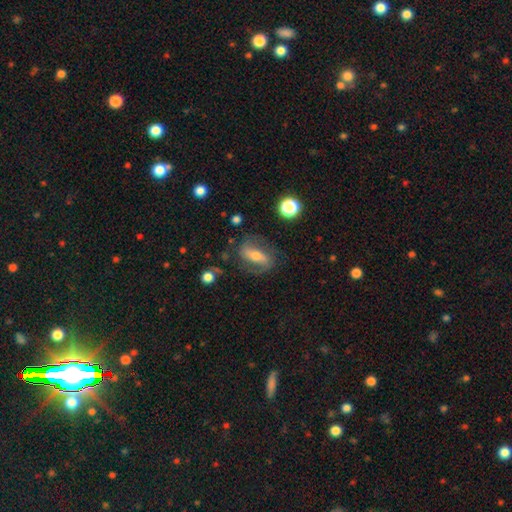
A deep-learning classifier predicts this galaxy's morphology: The model was most divided on "bulge size": moderate: 57%, small: 33%, large: 6%, none: 2%, dominant: 2%. More confident: edge-on disk — no (86%); spiral arms — yes (76%); merging — none (71%); smooth or featured — featured or disk (62%); bar — strong (52%).